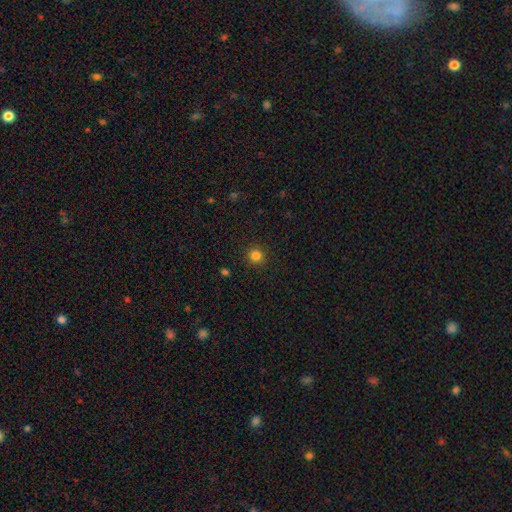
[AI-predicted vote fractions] Q: Smooth or featured?
A: smooth (83%); runner-up: star or artifact (13%)
Q: How rounded?
A: round (94%); runner-up: in between (5%)
Q: Merging?
A: none (92%); runner-up: minor disturbance (5%)